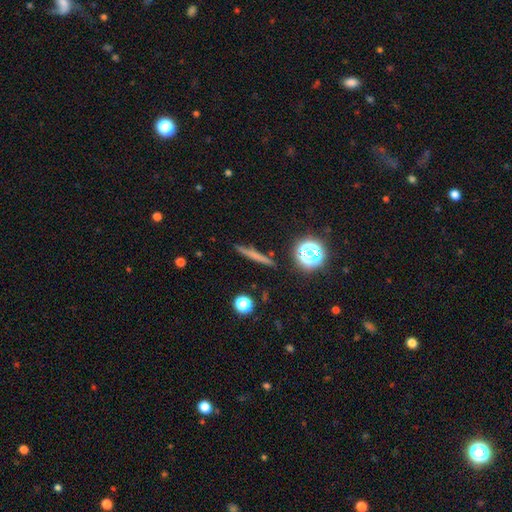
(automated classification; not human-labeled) Overall: smooth (56%; featured or disk 31%). How rounded: cigar-shaped (85%). Merging: none (88%).